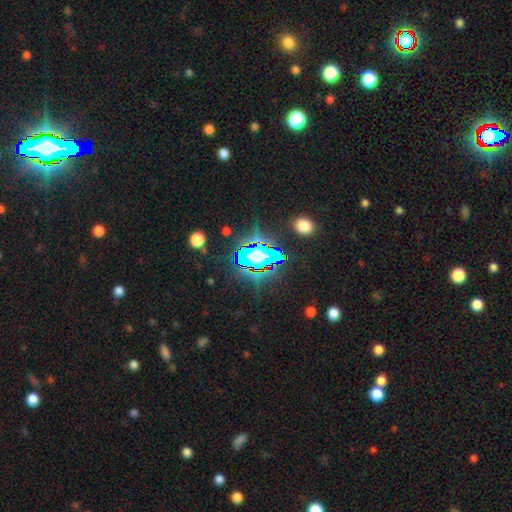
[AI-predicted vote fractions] Smooth or featured? star or artifact (62%)